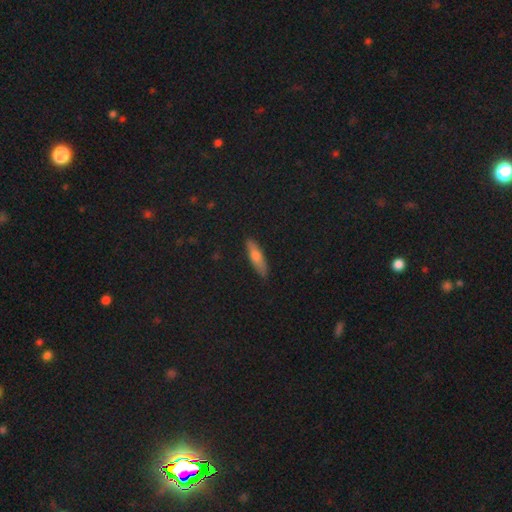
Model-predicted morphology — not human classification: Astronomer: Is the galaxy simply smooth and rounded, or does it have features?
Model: smooth — 66%.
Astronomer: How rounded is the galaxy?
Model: cigar-shaped — 67%.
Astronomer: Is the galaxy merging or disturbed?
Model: none — 87%.